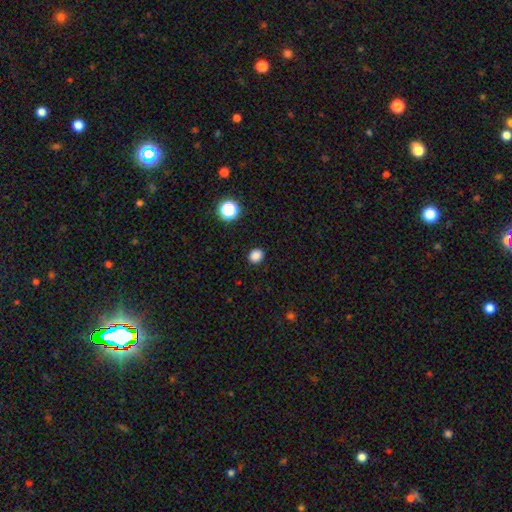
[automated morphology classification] Smooth or featured? smooth (85%)
How rounded? round (73%)
Merging? none (91%)